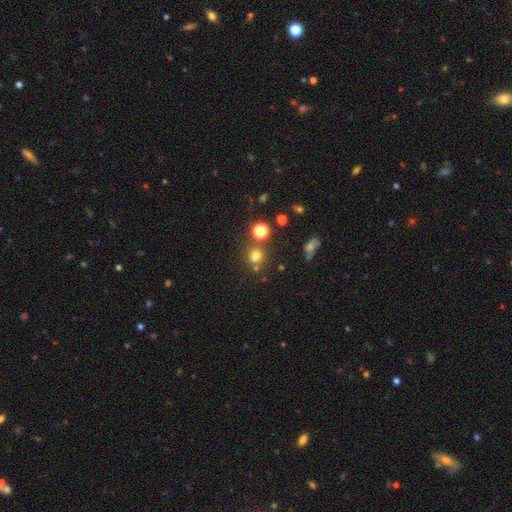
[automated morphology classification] Smooth or featured? smooth (69%)
How rounded? round (76%)
Merging? none (64%)